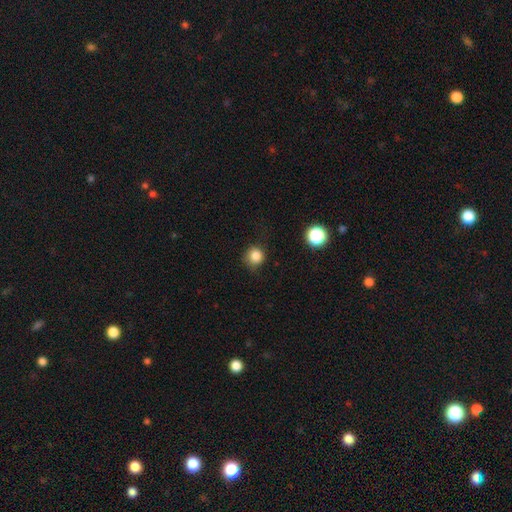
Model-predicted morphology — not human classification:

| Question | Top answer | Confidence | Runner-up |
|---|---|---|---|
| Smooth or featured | smooth | 84% | star or artifact (12%) |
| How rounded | round | 88% | in between (11%) |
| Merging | none | 74% | minor disturbance (19%) |